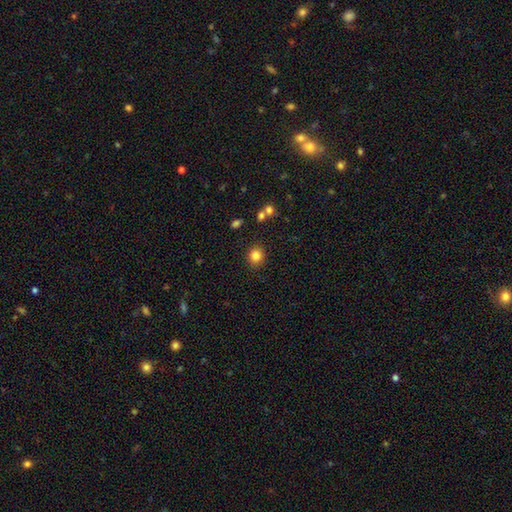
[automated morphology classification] Smooth or featured? Predicted: smooth (p=0.83). How rounded? Predicted: round (p=0.84). Merging? Predicted: none (p=0.88).